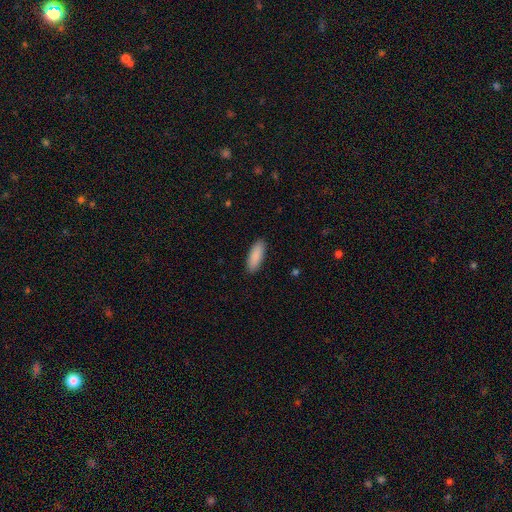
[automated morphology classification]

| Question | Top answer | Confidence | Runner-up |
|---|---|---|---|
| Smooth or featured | smooth | 90% | star or artifact (6%) |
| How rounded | in between | 67% | cigar-shaped (32%) |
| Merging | none | 90% | minor disturbance (7%) |